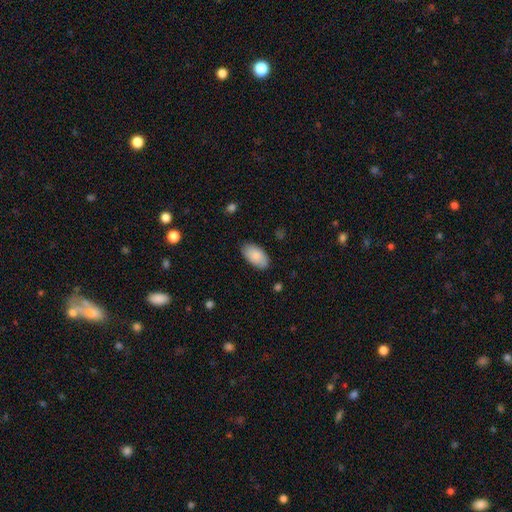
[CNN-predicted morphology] Q: Smooth or featured?
A: smooth (87%); runner-up: featured or disk (7%)
Q: How rounded?
A: in between (95%); runner-up: round (3%)
Q: Merging?
A: none (84%); runner-up: minor disturbance (12%)